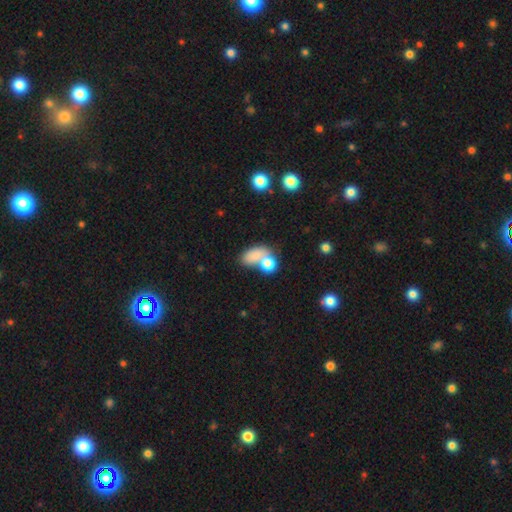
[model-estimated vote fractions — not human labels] Morphology: type=smooth (78%); roundness=in between (78%); merging=merger (42%).